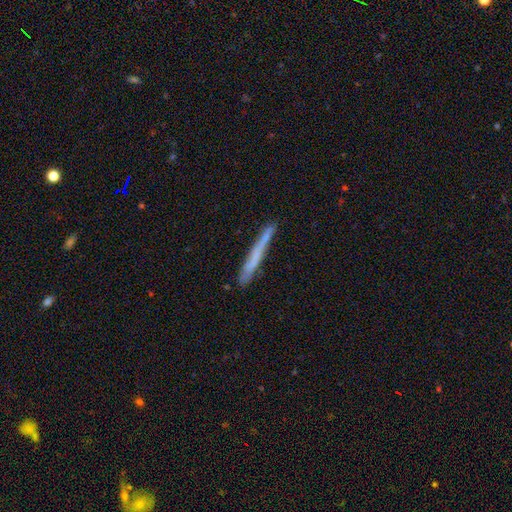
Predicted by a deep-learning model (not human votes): Smooth or featured? Predicted: smooth (p=0.52). How rounded? Predicted: cigar-shaped (p=0.97). Merging? Predicted: none (p=0.83).